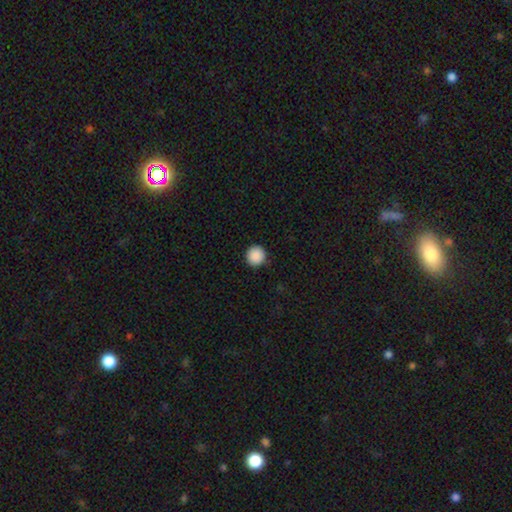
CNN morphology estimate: This appears to be a smooth galaxy with no disk features (89%) that is round (95%). Merging: none (92%).